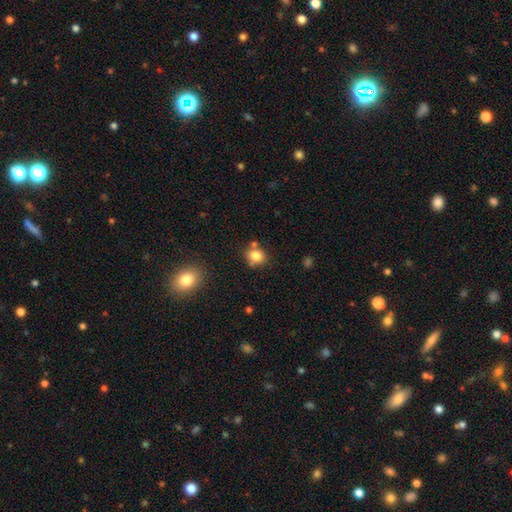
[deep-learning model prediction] smooth_or_featured: smooth (p=0.81) [alt: star or artifact p=0.11]
how_rounded: round (p=0.67) [alt: in between p=0.32]
merging: none (p=0.67) [alt: merger p=0.15]